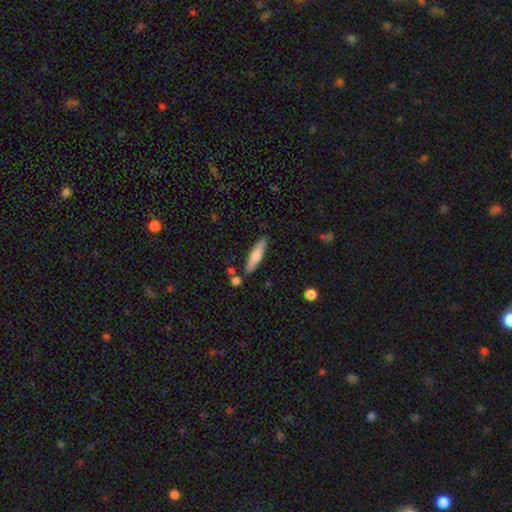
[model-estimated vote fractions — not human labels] Morphology: type=smooth (59%); roundness=cigar-shaped (81%); merging=none (84%).